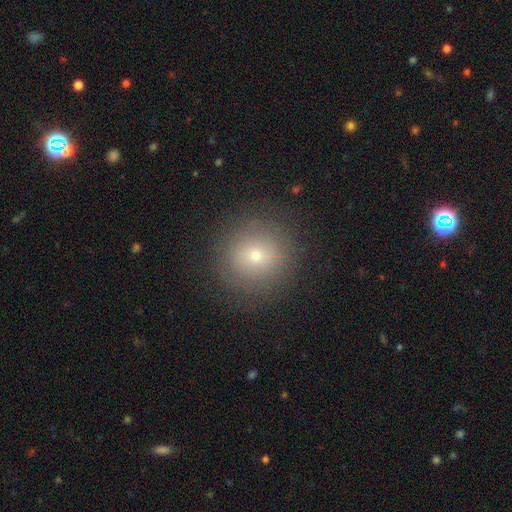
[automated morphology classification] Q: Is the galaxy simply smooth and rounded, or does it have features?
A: smooth — 71%.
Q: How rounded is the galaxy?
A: round — 93%.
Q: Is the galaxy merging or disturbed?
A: none — 86%.